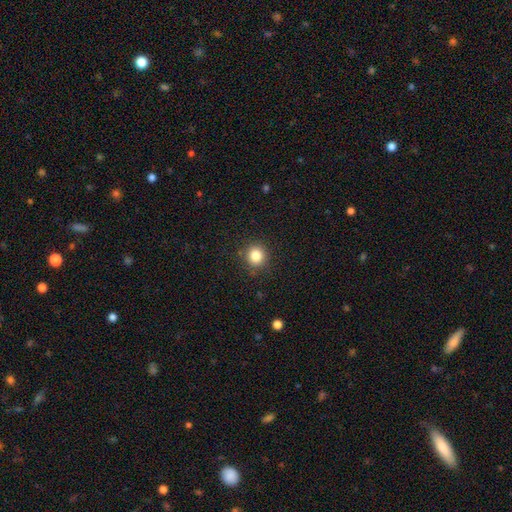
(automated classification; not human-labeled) smooth_or_featured: smooth (p=0.84) [alt: star or artifact p=0.11]
how_rounded: round (p=0.90) [alt: in between p=0.09]
merging: none (p=0.88) [alt: minor disturbance p=0.08]